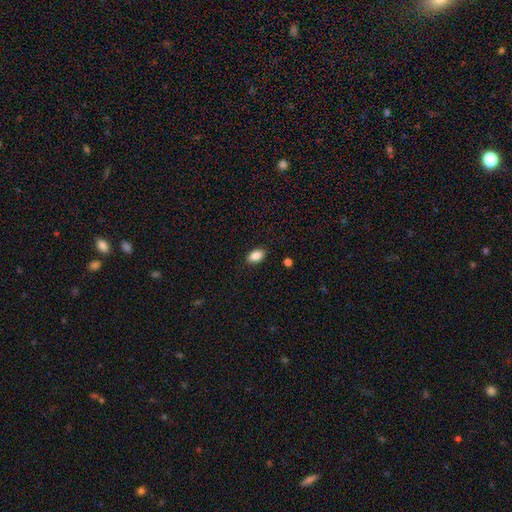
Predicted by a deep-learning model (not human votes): smooth 88%, star or artifact 8%, featured or disk 4%. Down the decision tree: how rounded — in between (91%); merging — none (88%).